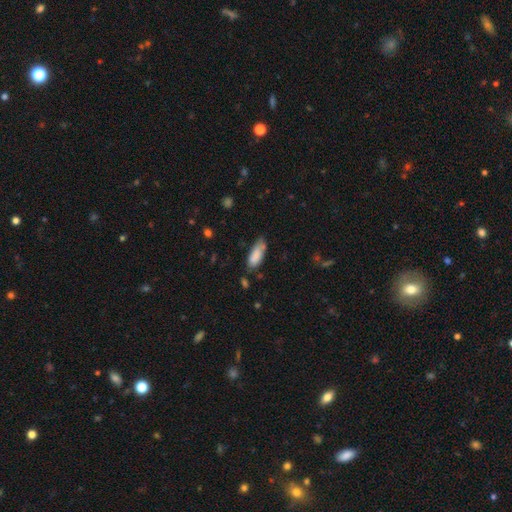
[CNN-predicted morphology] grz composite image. It shows a smooth galaxy with no disk features (85%) that is in between round and cigar-shaped (72%). Merging: none (60%).